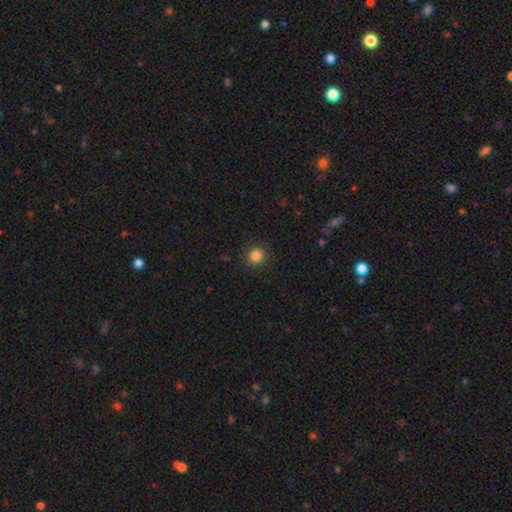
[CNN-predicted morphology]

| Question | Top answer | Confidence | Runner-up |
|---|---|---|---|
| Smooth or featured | smooth | 84% | star or artifact (12%) |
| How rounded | round | 92% | in between (7%) |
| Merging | none | 90% | minor disturbance (6%) |